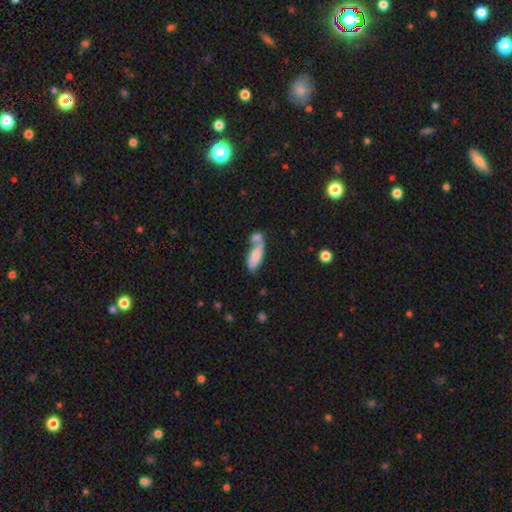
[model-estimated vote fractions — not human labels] Smooth or featured?
  - smooth: 71% *
  - featured or disk: 22%
  - star or artifact: 7%
How rounded?
  - in between: 68% *
  - cigar-shaped: 29%
  - round: 3%
Merging?
  - merger: 49% *
  - none: 29%
  - minor disturbance: 13%
  - major disturbance: 8%